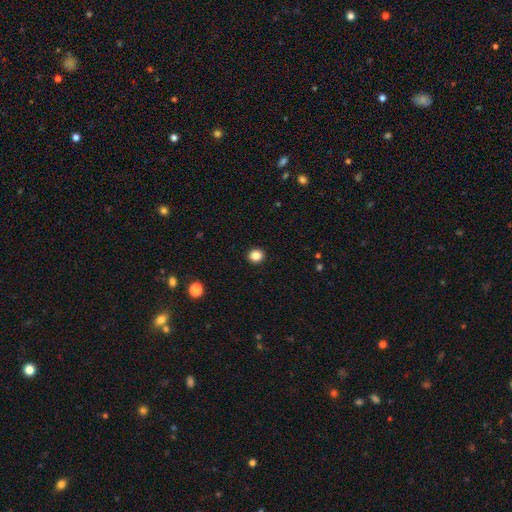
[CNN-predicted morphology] This is clearly a smooth galaxy (85%). How rounded: clearly round (87%). Merging: clearly none (93%).